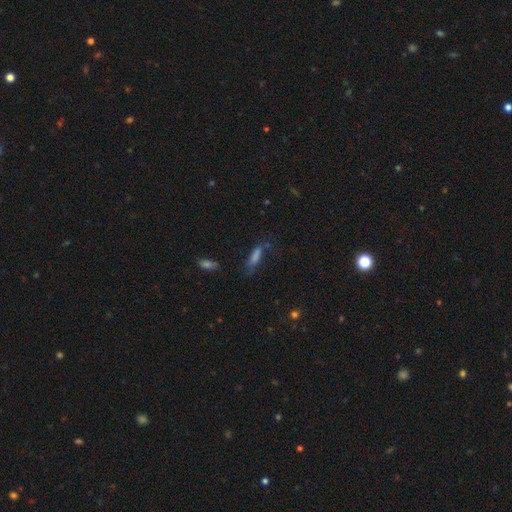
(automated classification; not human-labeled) This appears to be a smooth galaxy with no disk features (54%) that is cigar-shaped (59%). Merging: none (56%).